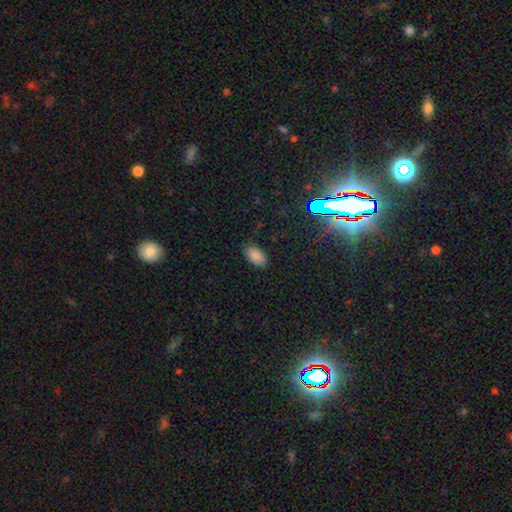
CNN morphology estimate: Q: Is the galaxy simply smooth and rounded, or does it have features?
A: smooth — 85%.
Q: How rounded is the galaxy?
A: in between — 94%.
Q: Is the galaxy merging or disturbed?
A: none — 84%.